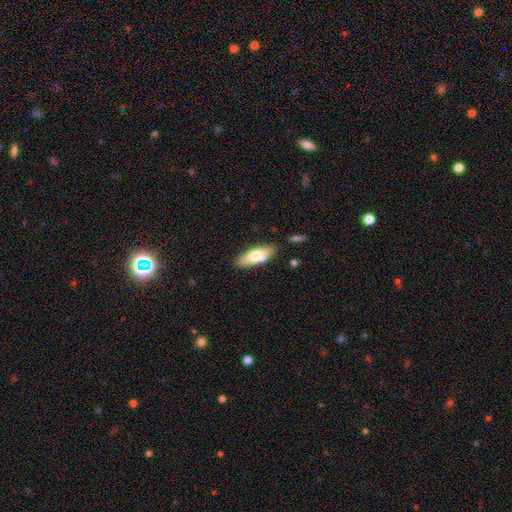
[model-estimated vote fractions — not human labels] smooth_or_featured: smooth (p=0.60) [alt: featured or disk p=0.34]
how_rounded: in between (p=0.67) [alt: cigar-shaped p=0.30]
merging: none (p=0.76) [alt: minor disturbance p=0.13]